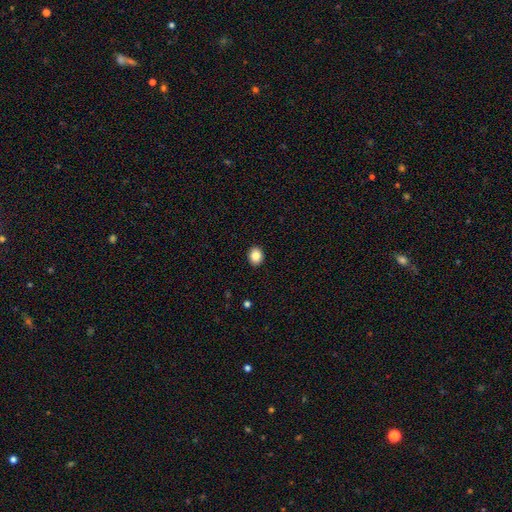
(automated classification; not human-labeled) smooth-or-featured: smooth: 85% | star or artifact: 9% | featured or disk: 6%
  how-rounded: round: 58% | in between: 41% | cigar-shaped: 1%
  merging: none: 92% | minor disturbance: 6% | major disturbance: 2% | merger: 1%